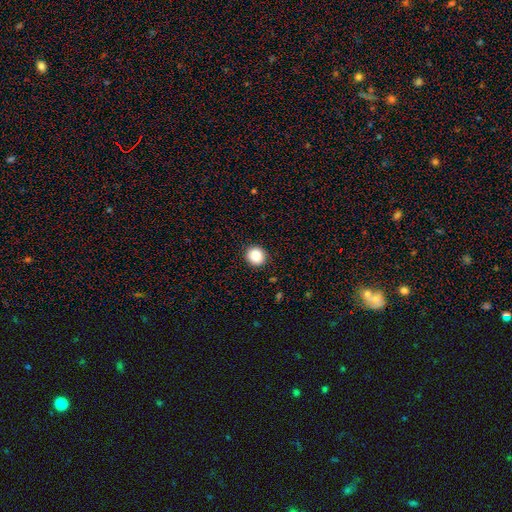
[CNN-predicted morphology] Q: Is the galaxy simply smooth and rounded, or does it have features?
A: smooth — 87%.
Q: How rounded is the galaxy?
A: round — 84%.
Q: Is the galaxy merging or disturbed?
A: none — 91%.